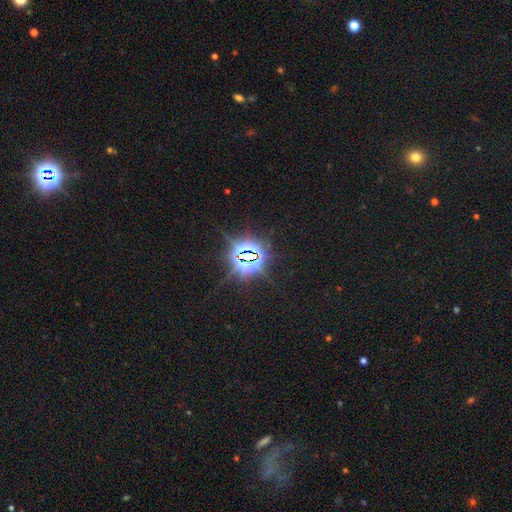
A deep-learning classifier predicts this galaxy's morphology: smooth-or-featured: star or artifact: 85% | smooth: 7% | featured or disk: 7%